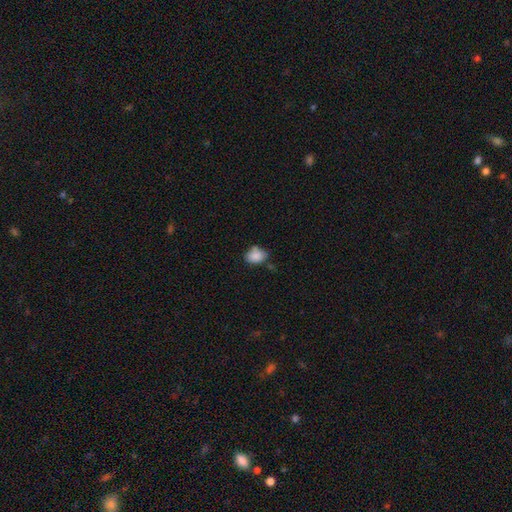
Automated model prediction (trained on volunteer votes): Overall: smooth (84%). How rounded: in between (67%; round 32%). Merging: none (54%; minor disturbance 28%).